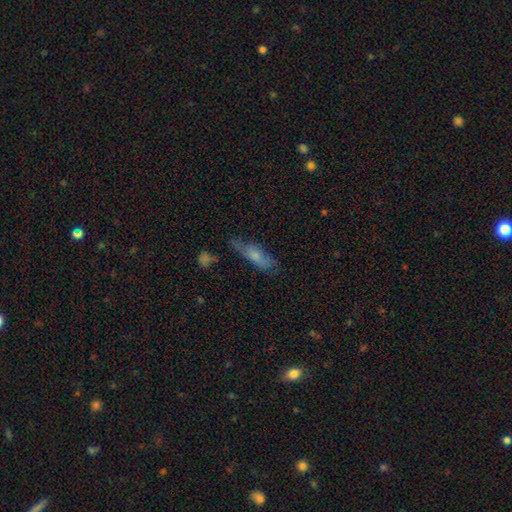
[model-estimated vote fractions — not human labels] Smooth or featured?
  - smooth: 65% *
  - featured or disk: 26%
  - star or artifact: 8%
How rounded?
  - cigar-shaped: 57% *
  - in between: 41%
  - round: 2%
Merging?
  - none: 59% *
  - minor disturbance: 27%
  - major disturbance: 10%
  - merger: 4%